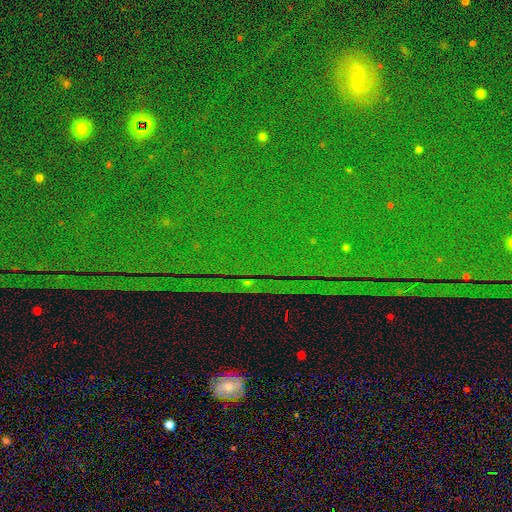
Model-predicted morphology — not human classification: type=star or artifact (81%).